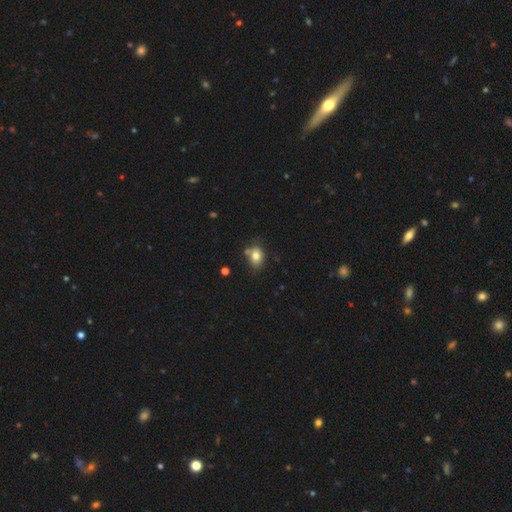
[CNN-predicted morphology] This is likely a smooth galaxy (80%). How rounded: likely in between (68%). Merging: likely none (65%).